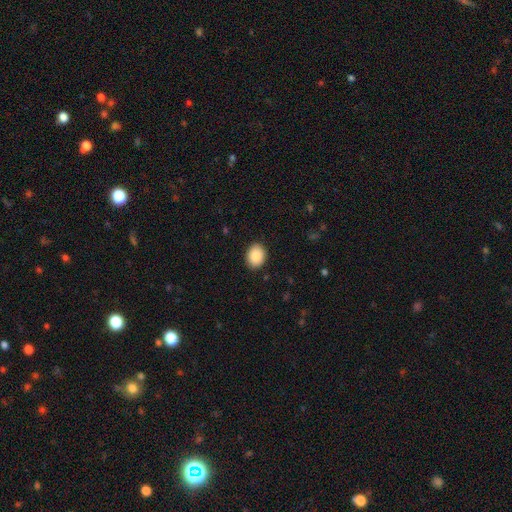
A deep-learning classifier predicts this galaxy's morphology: smooth-or-featured: smooth: 90% | star or artifact: 7% | featured or disk: 3%
  how-rounded: in between: 65% | round: 34% | cigar-shaped: 1%
  merging: none: 89% | minor disturbance: 8% | major disturbance: 2% | merger: 1%